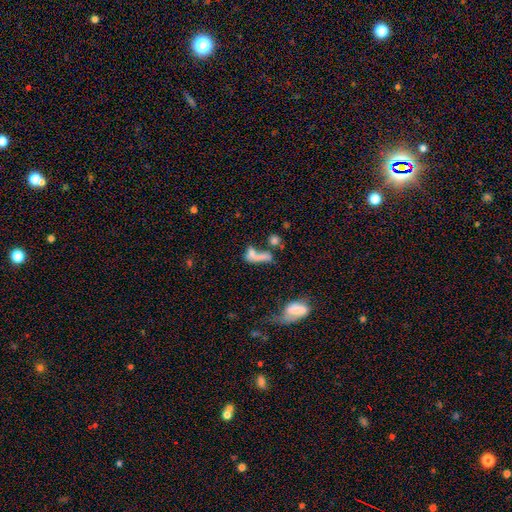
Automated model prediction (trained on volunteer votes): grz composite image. It shows a smooth galaxy with no disk features (62%) that is in between round and cigar-shaped (52%). Merging: merger (48%).